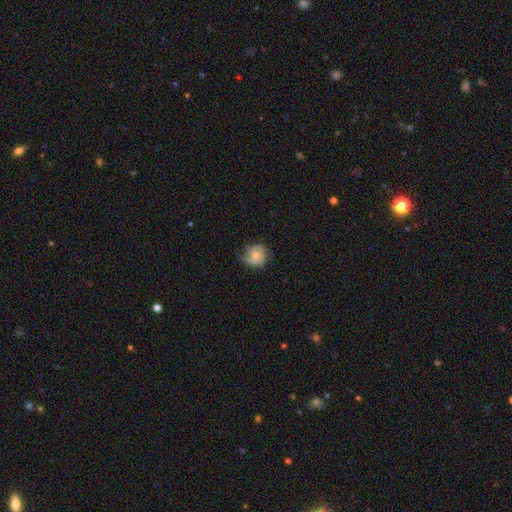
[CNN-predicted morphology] featured or disk 49%, smooth 44%, star or artifact 8%. Down the decision tree: merging — none (62%).